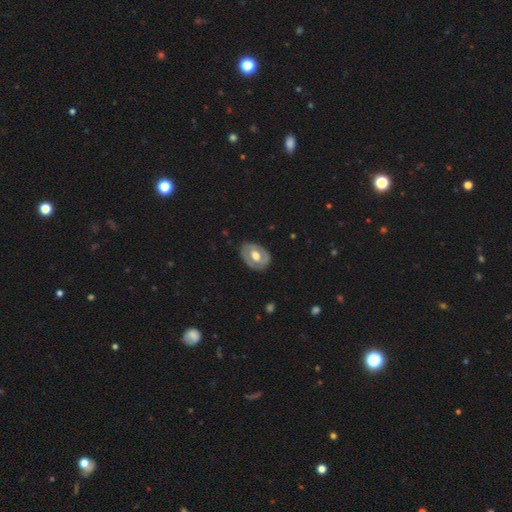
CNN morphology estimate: Smooth or featured? Predicted: featured or disk (p=0.57). Edge-on disk? Predicted: no (p=0.93). Bar? Predicted: no (p=0.60). Spiral arms? Predicted: no (p=0.71). Bulge size? Predicted: moderate (p=0.59). Merging? Predicted: none (p=0.79).